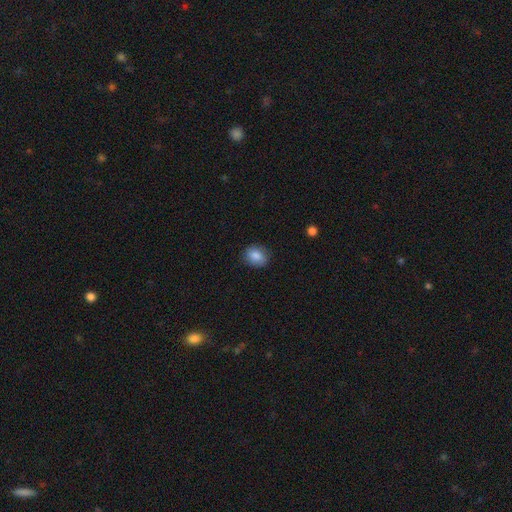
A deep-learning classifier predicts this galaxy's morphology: Smooth or featured: smooth — 85% (star or artifact — 8%)
How rounded: in between — 50% (round — 49%)
Merging: none — 84% (minor disturbance — 13%)